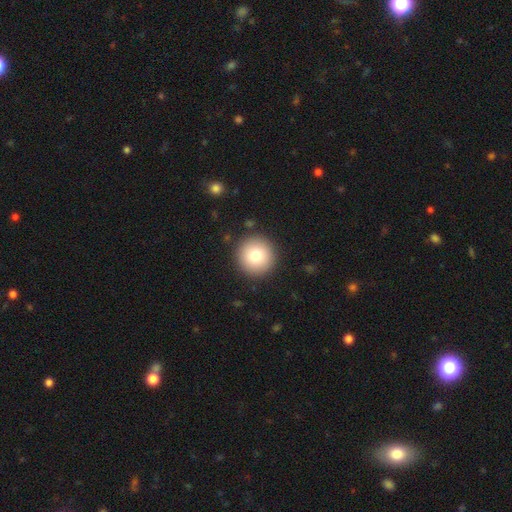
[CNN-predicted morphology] type=smooth (78%); roundness=round (96%); merging=none (91%).